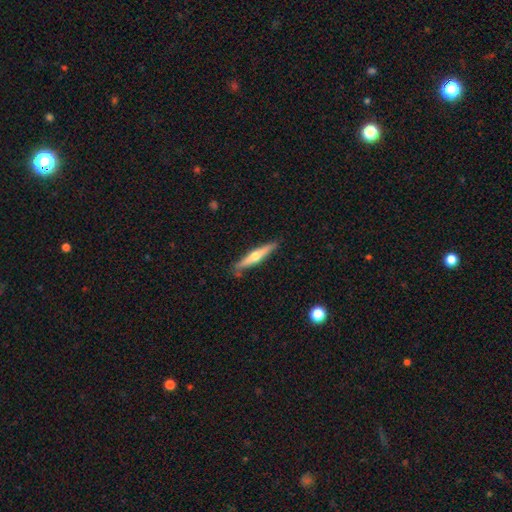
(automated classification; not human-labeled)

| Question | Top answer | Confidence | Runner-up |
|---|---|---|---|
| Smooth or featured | featured or disk | 55% | smooth (39%) |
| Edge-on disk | yes | 96% | no (4%) |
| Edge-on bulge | rounded | 88% | none (8%) |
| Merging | none | 85% | minor disturbance (11%) |